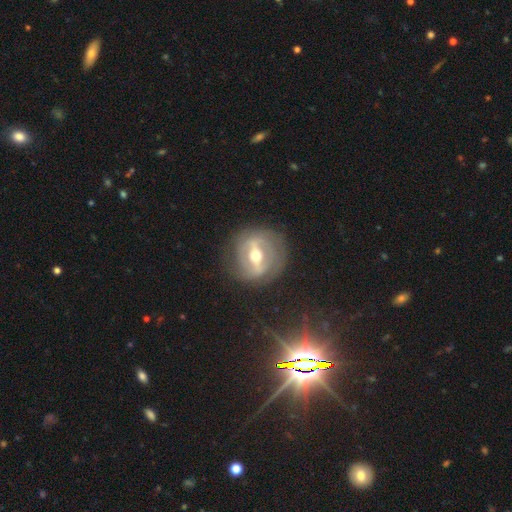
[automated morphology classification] smooth-or-featured: featured or disk: 81% | smooth: 11% | star or artifact: 8%
  disk-edge-on: no: 86% | yes: 14%
    bar: strong: 71% | weak: 22% | no: 7%
    has-spiral-arms: yes: 69% | no: 31%
    bulge-size: moderate: 74% | small: 19% | large: 6% | dominant: 1% | none: 1%
  merging: none: 79% | minor disturbance: 13% | major disturbance: 7% | merger: 2%